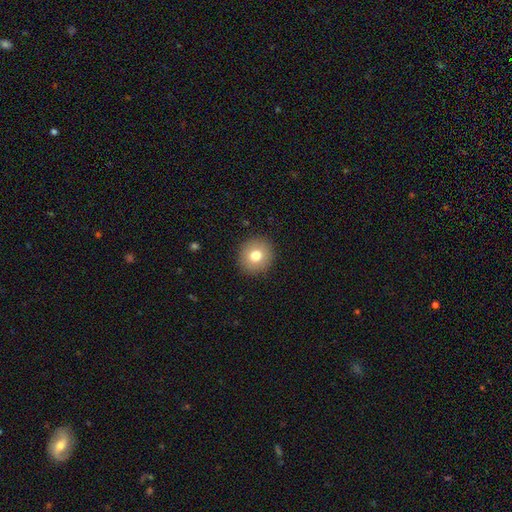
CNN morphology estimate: Overall: smooth (77%). How rounded: round (90%). Merging: none (91%).